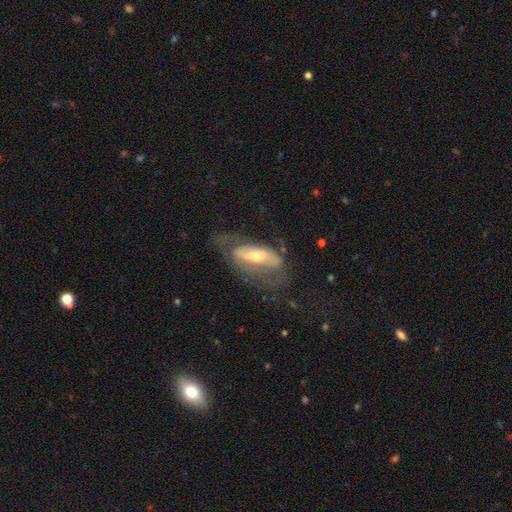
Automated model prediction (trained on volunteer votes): Q: Smooth or featured?
A: featured or disk (59%); runner-up: smooth (33%)
Q: Edge-on disk?
A: no (78%); runner-up: yes (22%)
Q: Merging?
A: none (45%); runner-up: major disturbance (30%)